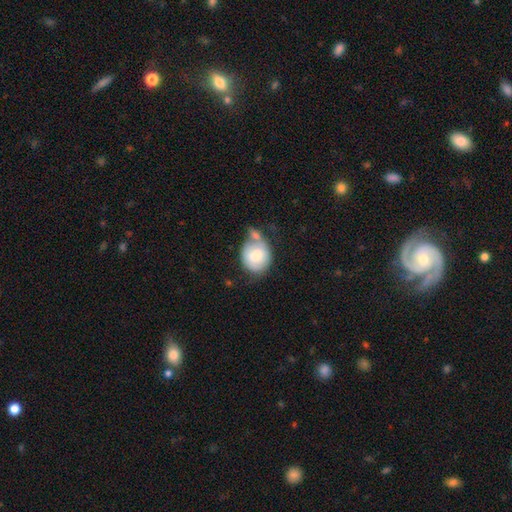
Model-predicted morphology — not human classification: Smooth or featured? smooth (76%)
How rounded? round (68%)
Merging? none (36%)